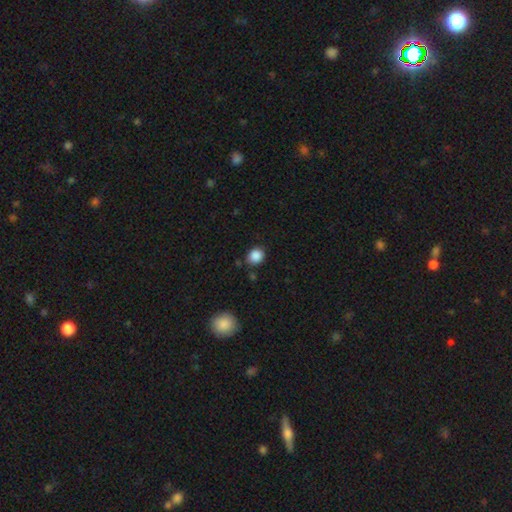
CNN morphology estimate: type=smooth (87%); roundness=round (67%); merging=none (83%).